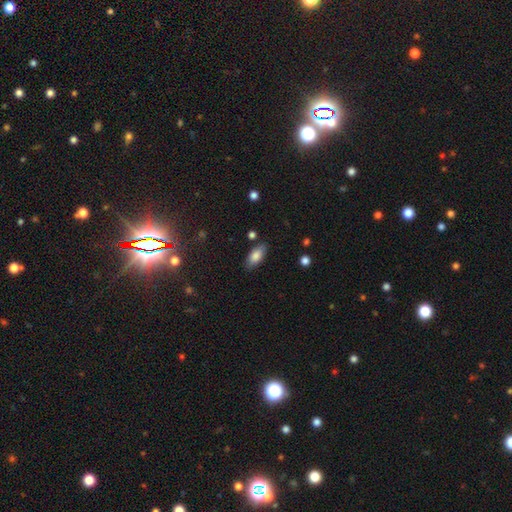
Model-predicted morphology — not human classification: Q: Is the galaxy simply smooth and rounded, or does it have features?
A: smooth — 82%.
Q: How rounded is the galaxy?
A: in between — 87%.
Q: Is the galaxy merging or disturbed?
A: none — 83%.